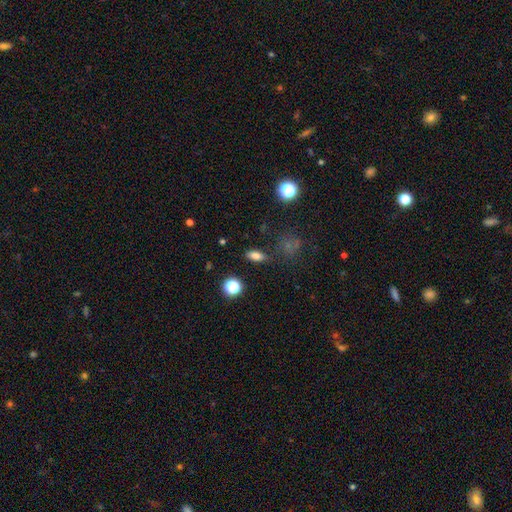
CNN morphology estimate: Smooth or featured?
  - smooth: 77% *
  - star or artifact: 14%
  - featured or disk: 9%
How rounded?
  - in between: 79% *
  - cigar-shaped: 11%
  - round: 10%
Merging?
  - none: 84% *
  - minor disturbance: 10%
  - major disturbance: 3%
  - merger: 2%